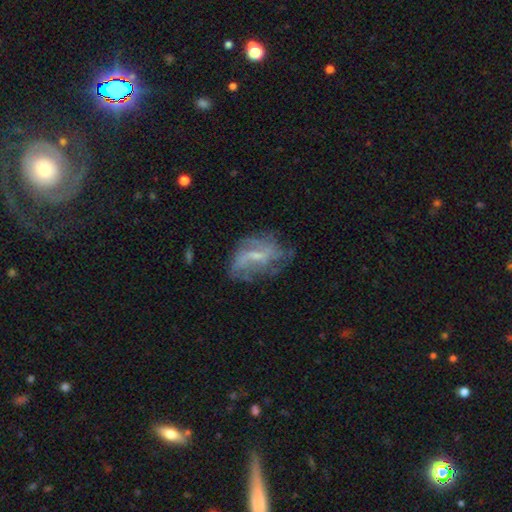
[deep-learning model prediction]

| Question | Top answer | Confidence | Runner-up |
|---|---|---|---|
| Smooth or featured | featured or disk | 70% | smooth (21%) |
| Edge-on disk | no | 96% | yes (4%) |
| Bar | weak | 52% | no (32%) |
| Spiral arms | yes | 70% | no (30%) |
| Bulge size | small | 53% | moderate (27%) |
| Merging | none | 50% | minor disturbance (26%) |